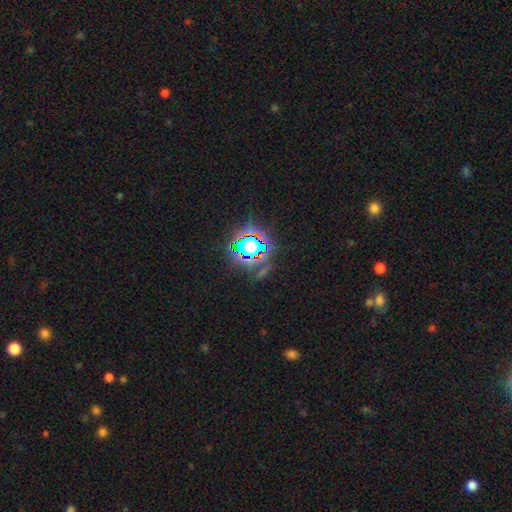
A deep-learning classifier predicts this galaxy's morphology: Smooth or featured: star or artifact — 80% (smooth — 13%)